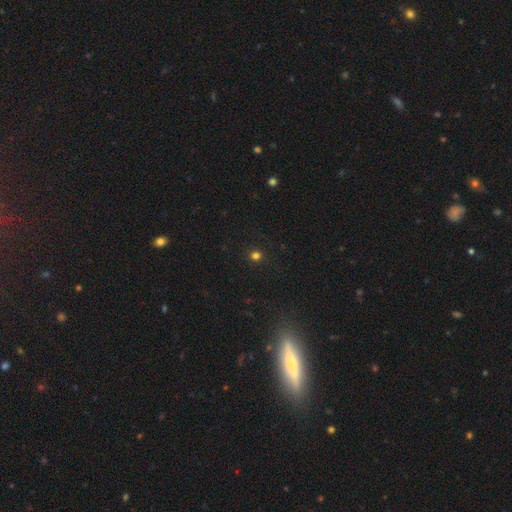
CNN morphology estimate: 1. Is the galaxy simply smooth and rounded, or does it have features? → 77% smooth, 19% star or artifact, 4% featured or disk.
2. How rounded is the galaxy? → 90% round, 9% in between, 1% cigar-shaped.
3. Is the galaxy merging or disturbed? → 91% none, 6% minor disturbance, 2% major disturbance, 1% merger.